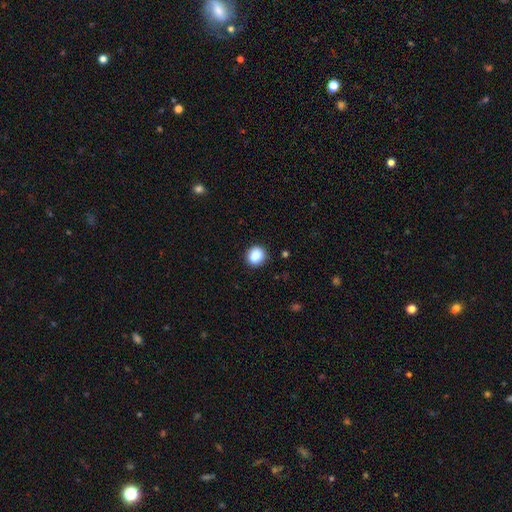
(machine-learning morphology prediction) Smooth or featured: smooth — 88% (star or artifact — 9%)
How rounded: round — 78% (in between — 21%)
Merging: none — 89% (minor disturbance — 8%)